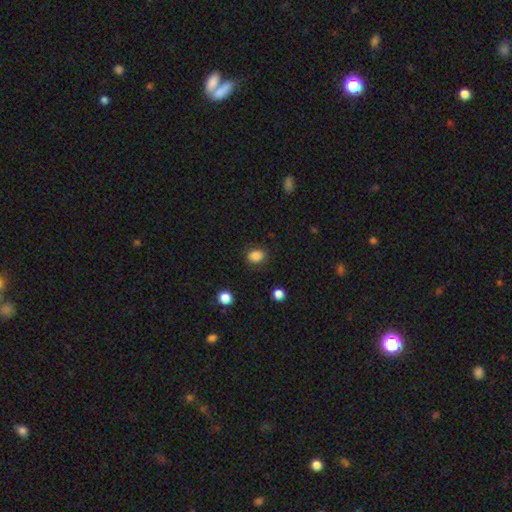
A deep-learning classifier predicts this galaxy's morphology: smooth 86%, star or artifact 10%, featured or disk 4%. Down the decision tree: how rounded — in between (65%); merging — none (83%).